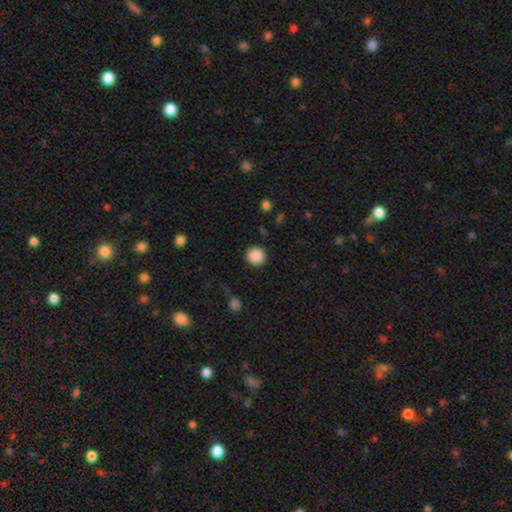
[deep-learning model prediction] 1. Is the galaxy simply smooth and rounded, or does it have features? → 88% smooth, 9% star or artifact, 3% featured or disk.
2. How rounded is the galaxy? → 92% round, 7% in between, 1% cigar-shaped.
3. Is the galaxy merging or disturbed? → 90% none, 6% minor disturbance, 2% major disturbance, 1% merger.